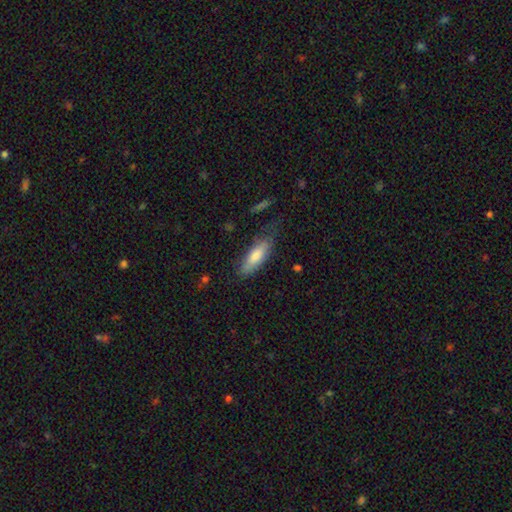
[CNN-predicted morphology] type=smooth (74%); roundness=in between (52%); merging=none (65%).